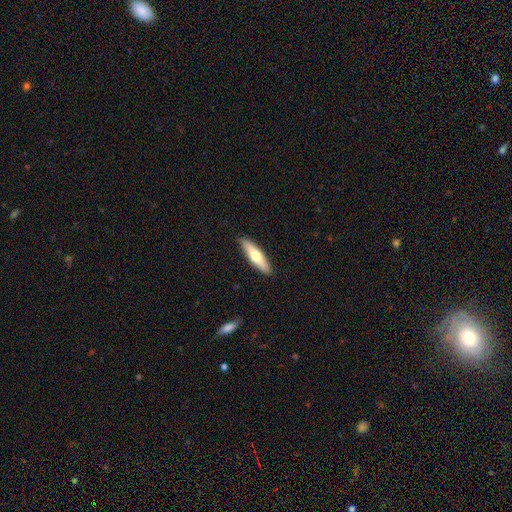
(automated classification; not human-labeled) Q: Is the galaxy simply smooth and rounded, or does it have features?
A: smooth — 59%.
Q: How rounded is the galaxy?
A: cigar-shaped — 74%.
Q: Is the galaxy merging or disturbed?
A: none — 90%.